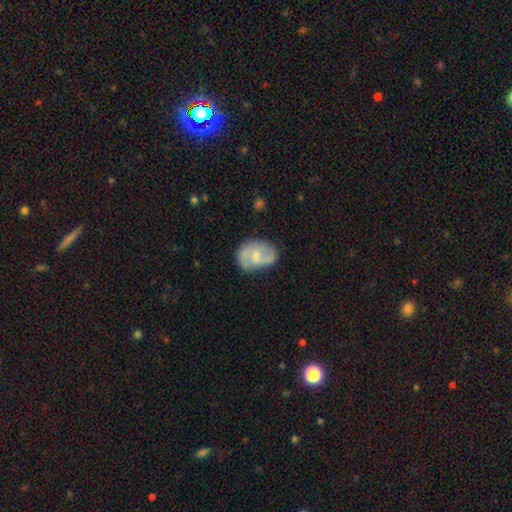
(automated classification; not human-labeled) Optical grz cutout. It shows a featured or disk galaxy (61%) with no bar (48%), spiral arms (83%) and a small central bulge (51%). Merging: none (62%).